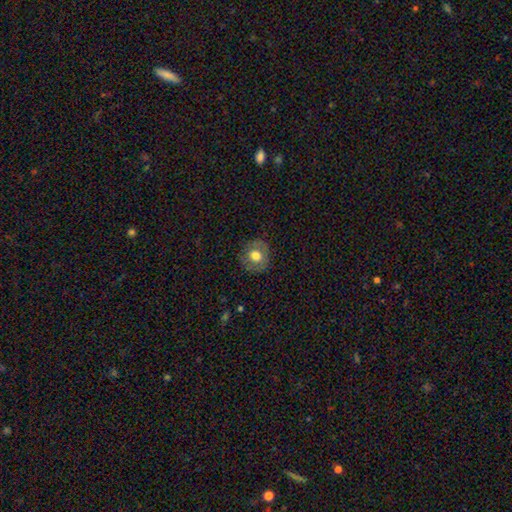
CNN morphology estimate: This is likely a smooth galaxy (68%). How rounded: clearly round (87%). Merging: clearly none (85%).